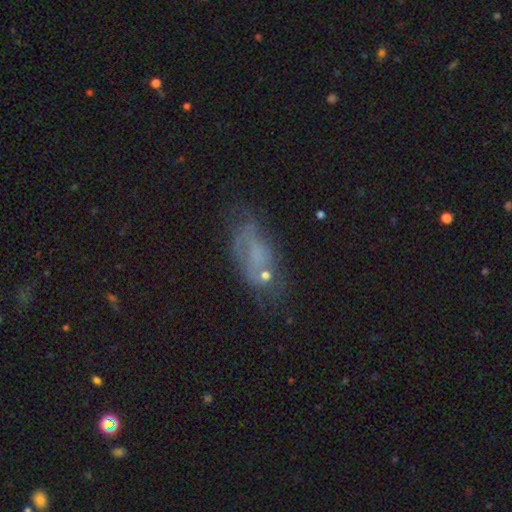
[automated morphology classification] type=smooth (40%, tied with featured or disk); merging=none (48%).